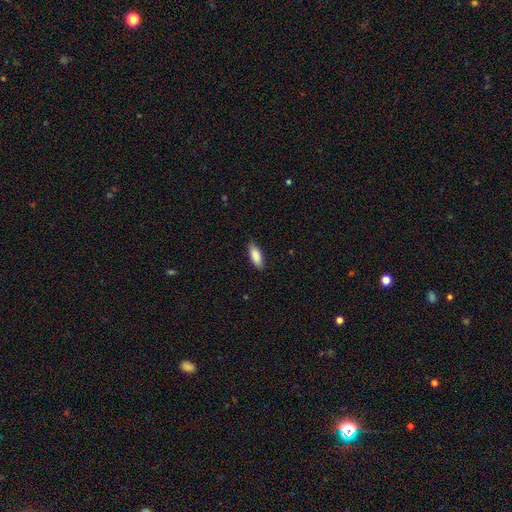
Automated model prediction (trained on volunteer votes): Smooth or featured? smooth (86%)
How rounded? in between (75%)
Merging? none (84%)